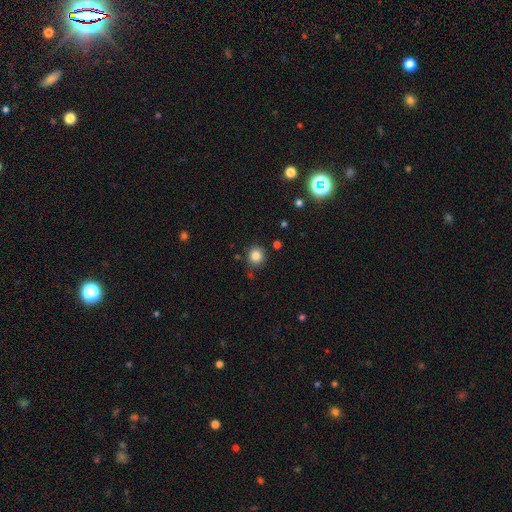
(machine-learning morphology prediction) Smooth or featured? smooth (85%)
How rounded? round (87%)
Merging? none (85%)